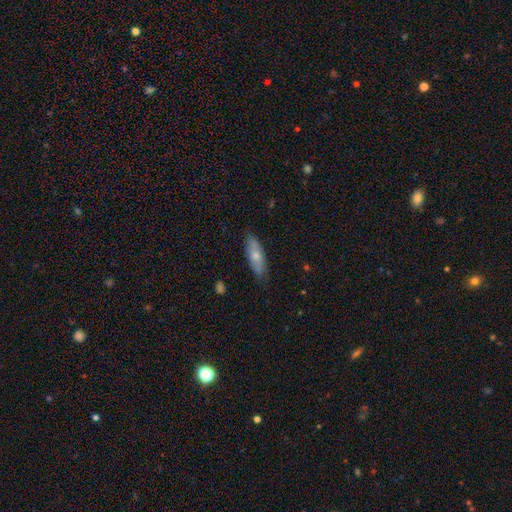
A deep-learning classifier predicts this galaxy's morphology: Overall: smooth (63%; featured or disk 31%). How rounded: in between (53%; cigar-shaped 44%). Merging: none (82%).